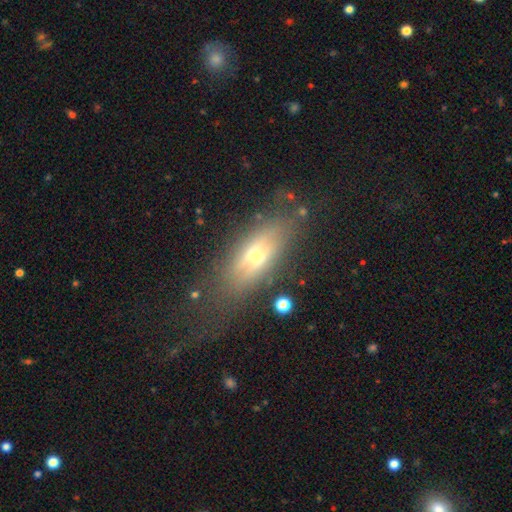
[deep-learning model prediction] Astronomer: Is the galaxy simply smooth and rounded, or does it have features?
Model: featured or disk — 53% (runner-up: smooth, 37%).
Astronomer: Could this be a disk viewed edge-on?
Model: yes — 77%.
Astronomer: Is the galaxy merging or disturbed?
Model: none — 70%.